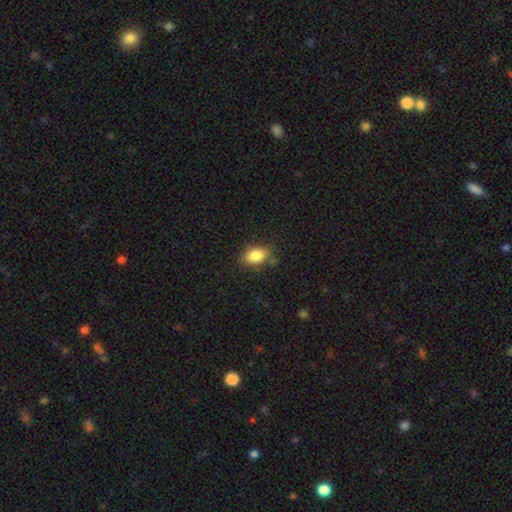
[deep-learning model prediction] A smooth galaxy with no disk features (85%) that is in between round and cigar-shaped (88%).

Vote fractions:
- Smooth or featured? smooth: 85% / star or artifact: 8% / featured or disk: 7%
- How rounded? in between: 88% / round: 10% / cigar-shaped: 2%
- Merging? none: 79% / minor disturbance: 15% / major disturbance: 4% / merger: 3%